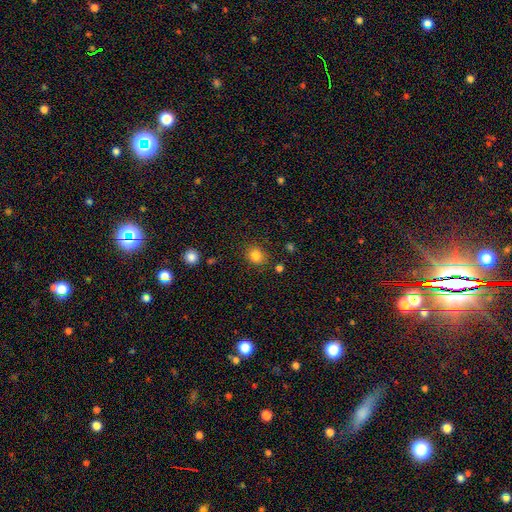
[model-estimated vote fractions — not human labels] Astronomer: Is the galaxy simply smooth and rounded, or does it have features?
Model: smooth — 83%.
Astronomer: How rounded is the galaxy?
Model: round — 72%.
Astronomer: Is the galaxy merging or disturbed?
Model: none — 84%.